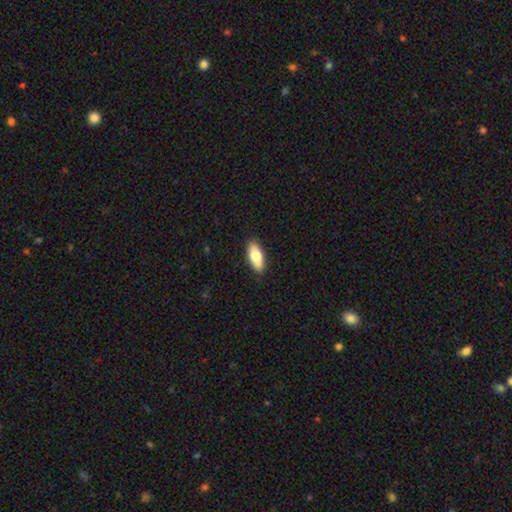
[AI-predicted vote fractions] This is likely a smooth galaxy (76%). How rounded: likely in between (78%). Merging: clearly none (88%).